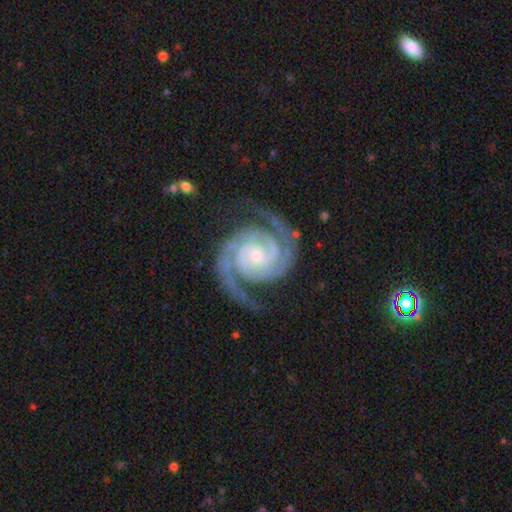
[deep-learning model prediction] Smooth or featured: featured or disk — 94% (star or artifact — 4%)
Edge-on disk: no — 98% (yes — 2%)
Bar: no — 62% (weak — 27%)
Spiral arms: yes — 99% (no — 1%)
Spiral winding: tight — 61% (medium — 35%)
Spiral arm count: 2 — 90% (3 — 4%)
Bulge size: small — 58% (moderate — 34%)
Merging: none — 79% (minor disturbance — 13%)